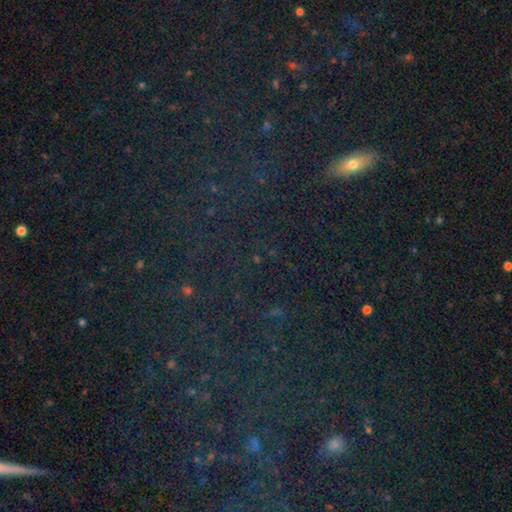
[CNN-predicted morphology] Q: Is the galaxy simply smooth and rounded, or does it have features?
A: star or artifact — 63%.